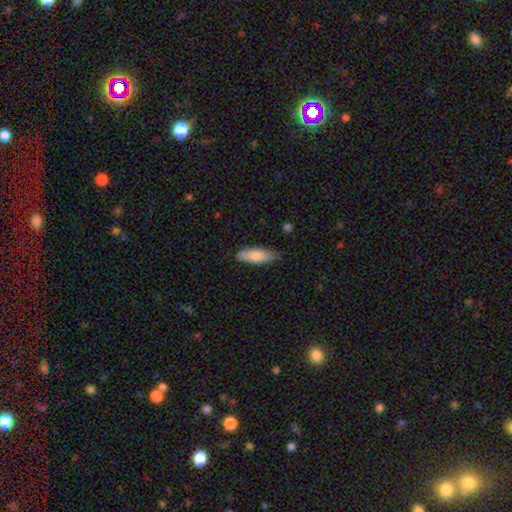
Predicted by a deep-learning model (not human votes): Smooth or featured?
  - smooth: 79% *
  - featured or disk: 15%
  - star or artifact: 6%
How rounded?
  - in between: 64% *
  - cigar-shaped: 34%
  - round: 2%
Merging?
  - none: 77% *
  - minor disturbance: 19%
  - major disturbance: 3%
  - merger: 1%